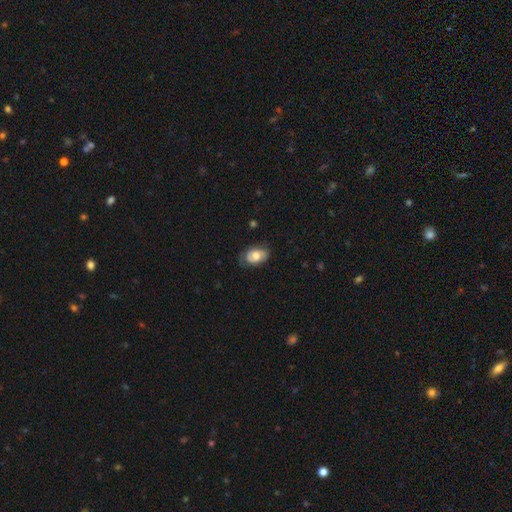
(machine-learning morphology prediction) Smooth or featured? smooth (58%)
How rounded? in between (86%)
Merging? none (71%)